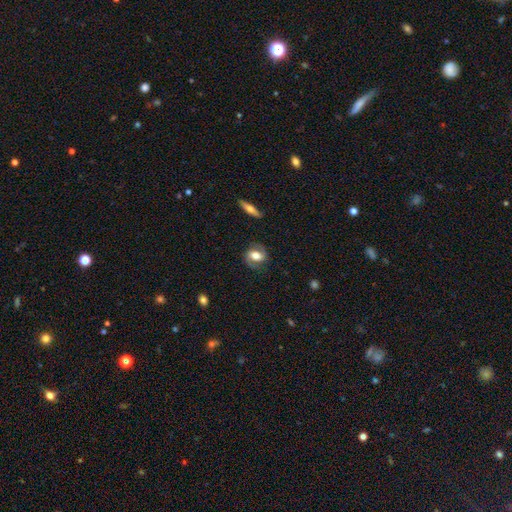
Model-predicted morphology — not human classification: Smooth or featured?
  - featured or disk: 60% *
  - smooth: 33%
  - star or artifact: 7%
Edge-on disk?
  - no: 94% *
  - yes: 6%
Bar?
  - weak: 38% *
  - no: 37%
  - strong: 25%
Spiral arms?
  - yes: 86% *
  - no: 14%
Bulge size?
  - moderate: 52% *
  - large: 36%
  - small: 6%
  - dominant: 4%
  - none: 2%
Merging?
  - none: 78% *
  - minor disturbance: 15%
  - major disturbance: 6%
  - merger: 1%